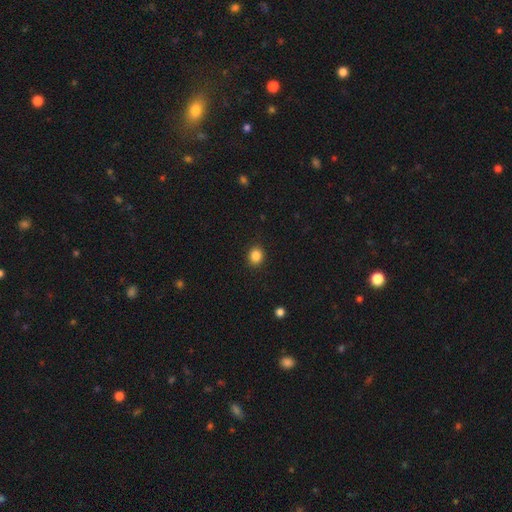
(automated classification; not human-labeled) smooth-or-featured: smooth: 85% | star or artifact: 10% | featured or disk: 4%
  how-rounded: round: 73% | in between: 26% | cigar-shaped: 1%
  merging: none: 91% | minor disturbance: 6% | major disturbance: 2% | merger: 1%